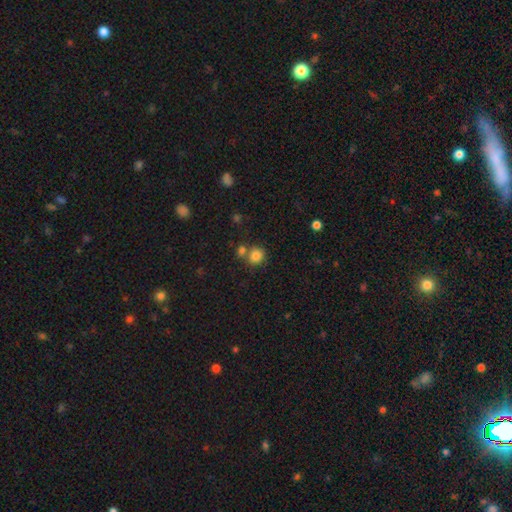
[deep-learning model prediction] Morphology: type=smooth (82%); roundness=round (81%); merging=none (60%).